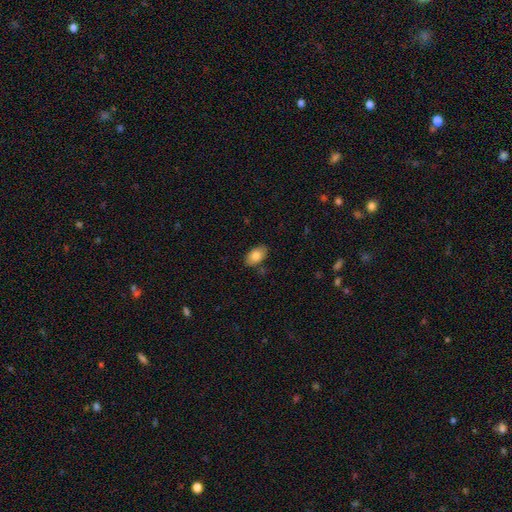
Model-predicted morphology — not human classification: smooth-or-featured: smooth: 83% | featured or disk: 10% | star or artifact: 7%
  how-rounded: in between: 93% | round: 5% | cigar-shaped: 2%
  merging: none: 82% | minor disturbance: 13% | merger: 3% | major disturbance: 3%